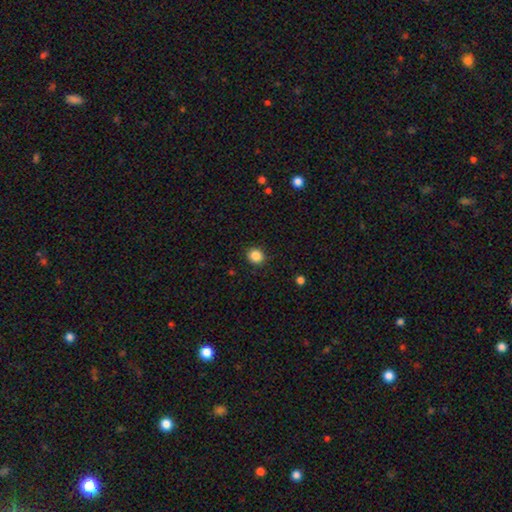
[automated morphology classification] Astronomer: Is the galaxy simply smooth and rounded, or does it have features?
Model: smooth — 87%.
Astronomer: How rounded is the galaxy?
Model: round — 77%.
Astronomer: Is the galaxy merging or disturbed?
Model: none — 90%.